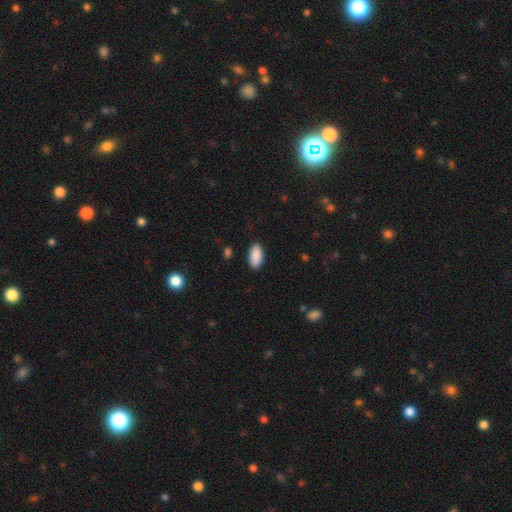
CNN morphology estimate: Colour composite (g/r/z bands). It shows a smooth galaxy with no disk features (91%) that is in between round and cigar-shaped (93%). Merging: none (88%).